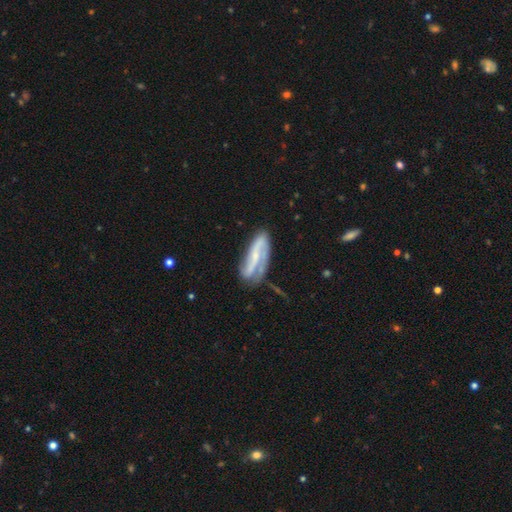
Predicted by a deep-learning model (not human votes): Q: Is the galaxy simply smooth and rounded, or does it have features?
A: featured or disk — 76%.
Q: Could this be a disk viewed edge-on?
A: no — 87%.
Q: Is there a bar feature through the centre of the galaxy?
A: strong — 42%.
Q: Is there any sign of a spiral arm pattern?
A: yes — 90%.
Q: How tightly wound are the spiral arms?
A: medium — 38%.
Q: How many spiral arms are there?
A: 2 — 76%.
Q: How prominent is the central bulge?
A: small — 62%.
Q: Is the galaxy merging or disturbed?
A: none — 58%.